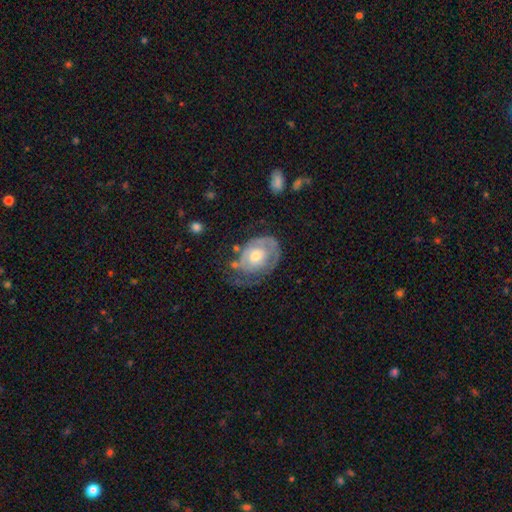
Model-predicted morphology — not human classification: Smooth or featured? featured or disk (68%)
Edge-on disk? no (96%)
Bar? no (80%)
Spiral arms? yes (68%)
Bulge size? moderate (63%)
Merging? none (44%)